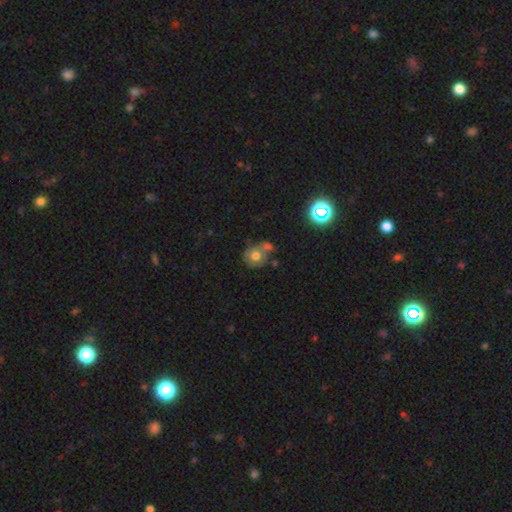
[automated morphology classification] Smooth or featured?
  - smooth: 63% *
  - featured or disk: 24%
  - star or artifact: 13%
How rounded?
  - round: 78% *
  - in between: 21%
  - cigar-shaped: 1%
Merging?
  - none: 41% *
  - merger: 35%
  - minor disturbance: 16%
  - major disturbance: 8%